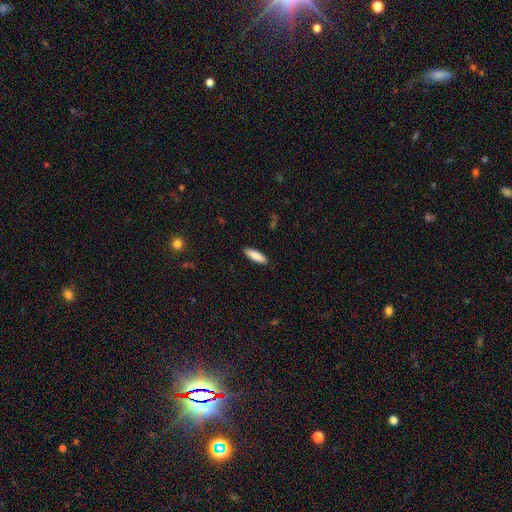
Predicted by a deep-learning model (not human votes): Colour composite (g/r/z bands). It shows a smooth galaxy with no disk features (87%) that is cigar-shaped (52%). Merging: none (90%).